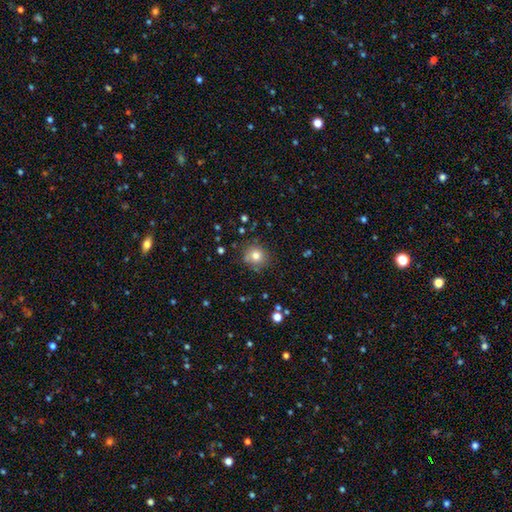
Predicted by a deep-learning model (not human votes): smooth_or_featured: smooth (p=0.79) [alt: star or artifact p=0.12]
how_rounded: round (p=0.90) [alt: in between p=0.09]
merging: none (p=0.80) [alt: minor disturbance p=0.13]